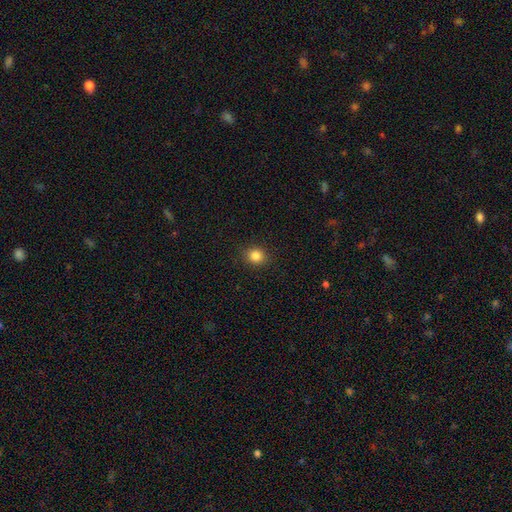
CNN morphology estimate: The model was most divided on "how rounded": round: 81%, in between: 18%, cigar-shaped: 1%. More confident: merging — none (90%); smooth or featured — smooth (84%).